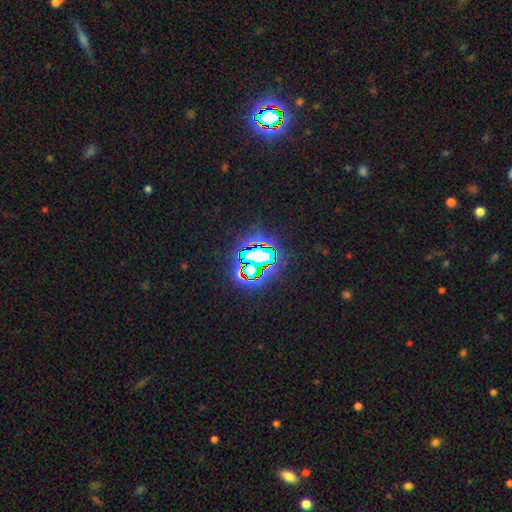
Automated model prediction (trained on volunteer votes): Q: Smooth or featured?
A: star or artifact (76%); runner-up: smooth (12%)